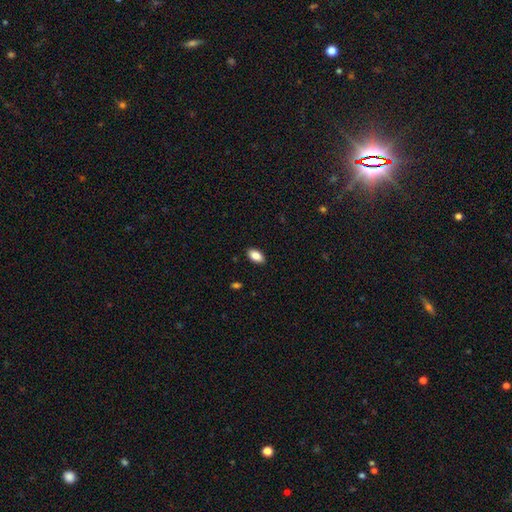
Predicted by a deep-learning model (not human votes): This is clearly a smooth galaxy (85%). How rounded: clearly in between (93%). Merging: clearly none (89%).